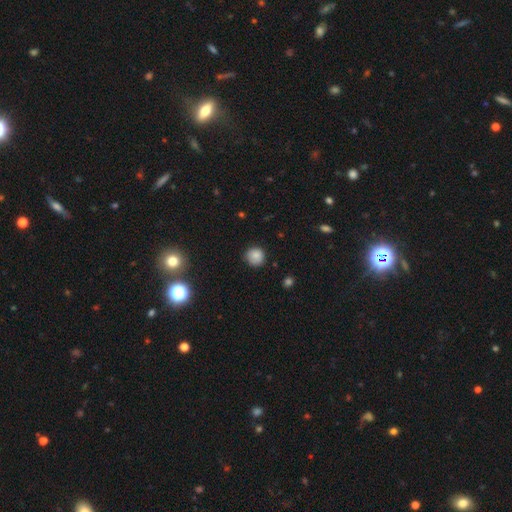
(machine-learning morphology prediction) Q: Smooth or featured?
A: smooth (83%); runner-up: star or artifact (12%)
Q: How rounded?
A: round (91%); runner-up: in between (8%)
Q: Merging?
A: none (82%); runner-up: minor disturbance (14%)